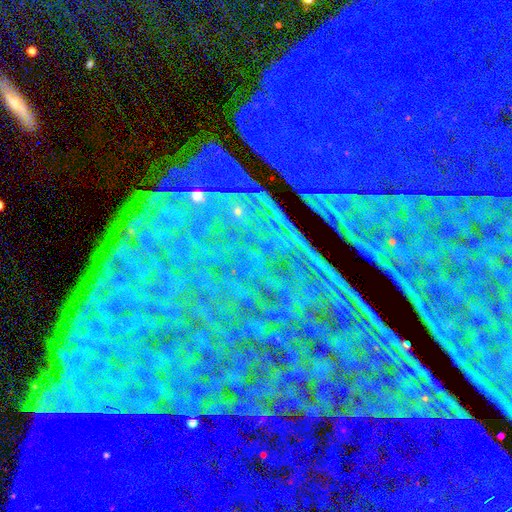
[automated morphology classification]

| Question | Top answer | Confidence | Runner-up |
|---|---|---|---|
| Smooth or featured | star or artifact | 85% | featured or disk (8%) |